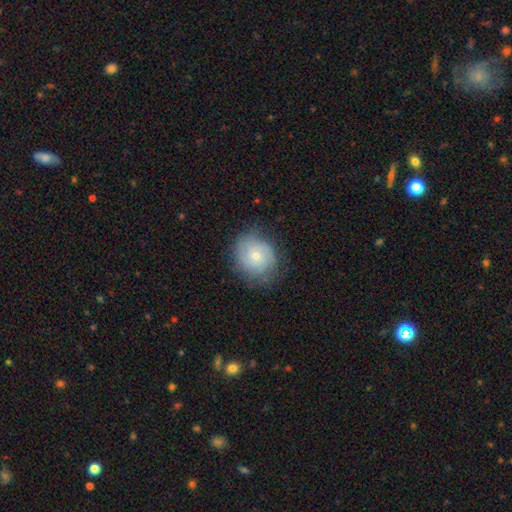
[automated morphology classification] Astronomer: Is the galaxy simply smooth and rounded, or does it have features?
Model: smooth — 49% (runner-up: featured or disk, 42%).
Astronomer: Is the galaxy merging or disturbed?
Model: none — 75%.